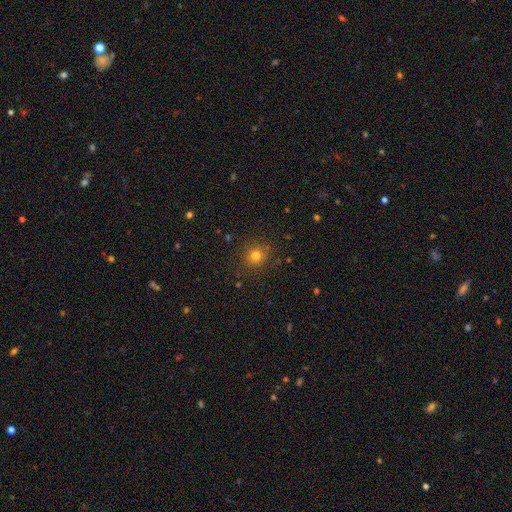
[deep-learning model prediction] The model was most divided on "smooth or featured": smooth: 78%, star or artifact: 15%, featured or disk: 7%. More confident: how rounded — round (88%); merging — none (87%).